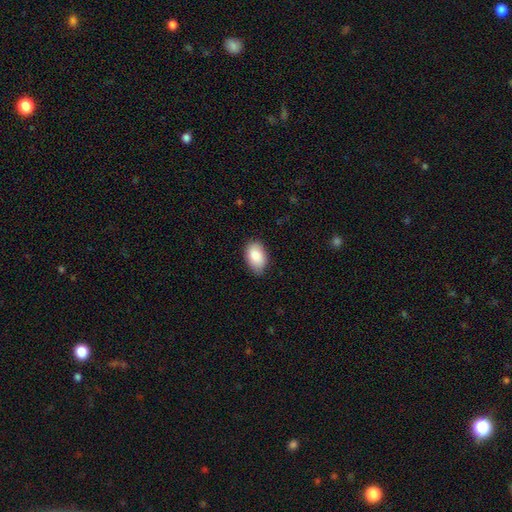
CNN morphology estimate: Smooth or featured? Predicted: smooth (p=0.88). How rounded? Predicted: in between (p=0.92). Merging? Predicted: none (p=0.78).